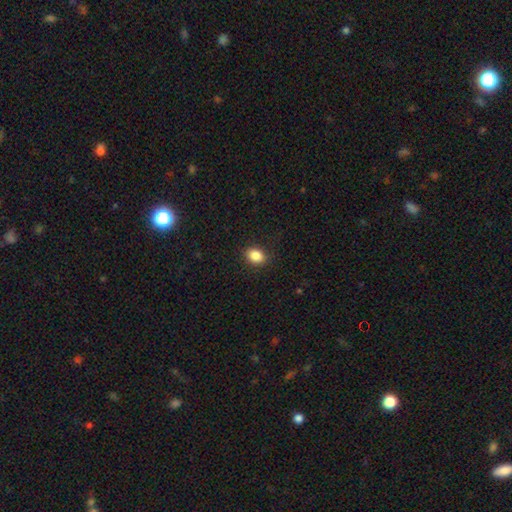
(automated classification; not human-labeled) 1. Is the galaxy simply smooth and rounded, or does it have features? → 86% smooth, 9% star or artifact, 4% featured or disk.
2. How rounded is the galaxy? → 64% in between, 35% round, 1% cigar-shaped.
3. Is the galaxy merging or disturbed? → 87% none, 9% minor disturbance, 3% major disturbance, 1% merger.